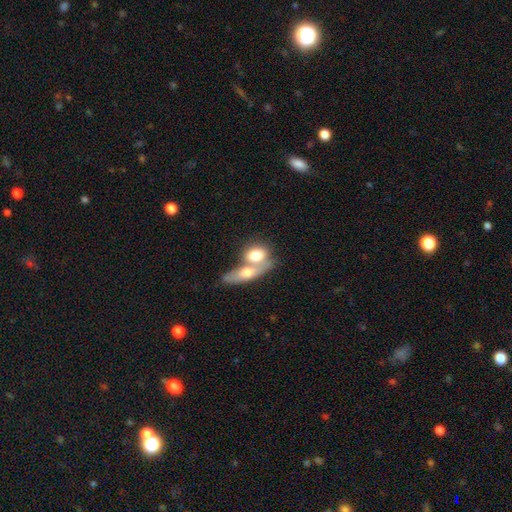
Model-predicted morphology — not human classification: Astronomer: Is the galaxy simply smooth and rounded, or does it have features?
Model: smooth — 69%.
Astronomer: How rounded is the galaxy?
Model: in between — 63%.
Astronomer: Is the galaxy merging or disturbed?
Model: merger — 67%.